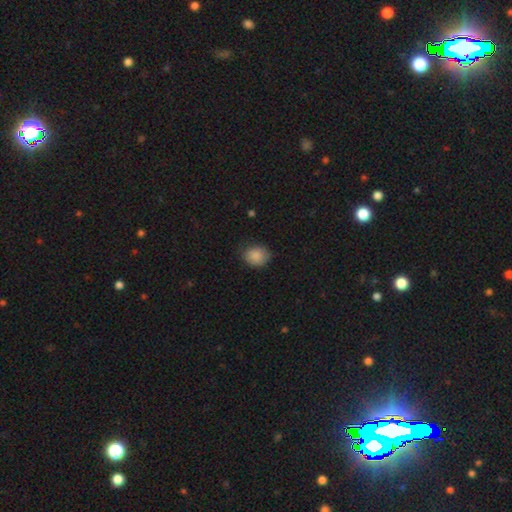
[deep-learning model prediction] Q: Smooth or featured?
A: smooth (87%); runner-up: star or artifact (8%)
Q: How rounded?
A: round (61%); runner-up: in between (38%)
Q: Merging?
A: none (75%); runner-up: minor disturbance (20%)